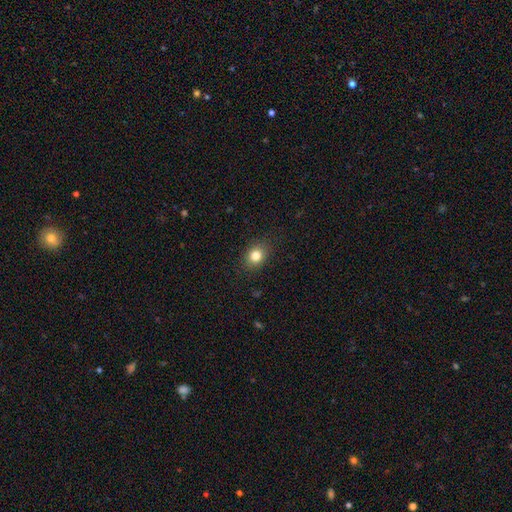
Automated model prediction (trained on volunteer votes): A smooth galaxy with no disk features (82%) that is round (54%).

Vote fractions:
- Smooth or featured? smooth: 82% / star or artifact: 11% / featured or disk: 7%
- How rounded? round: 54% / in between: 45% / cigar-shaped: 1%
- Merging? none: 87% / minor disturbance: 10% / major disturbance: 3% / merger: 1%